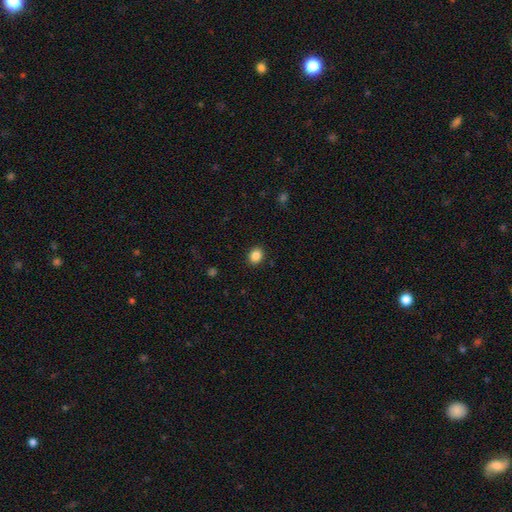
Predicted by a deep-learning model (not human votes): Smooth or featured?
  - smooth: 87% *
  - star or artifact: 10%
  - featured or disk: 3%
How rounded?
  - round: 55% *
  - in between: 44%
  - cigar-shaped: 1%
Merging?
  - none: 90% *
  - minor disturbance: 7%
  - major disturbance: 2%
  - merger: 1%